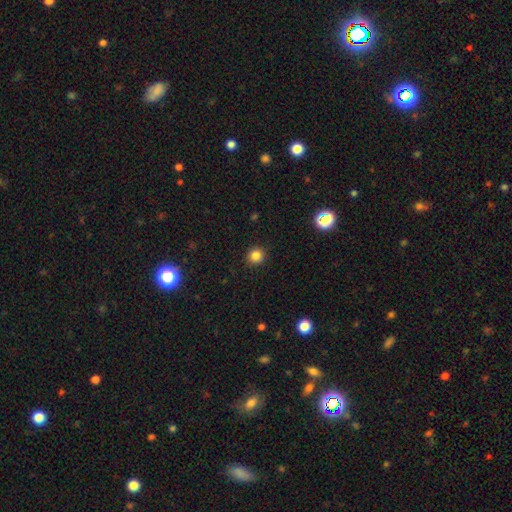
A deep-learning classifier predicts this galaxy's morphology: A smooth galaxy with no disk features (83%) that is round (92%). Merging: none (92%).